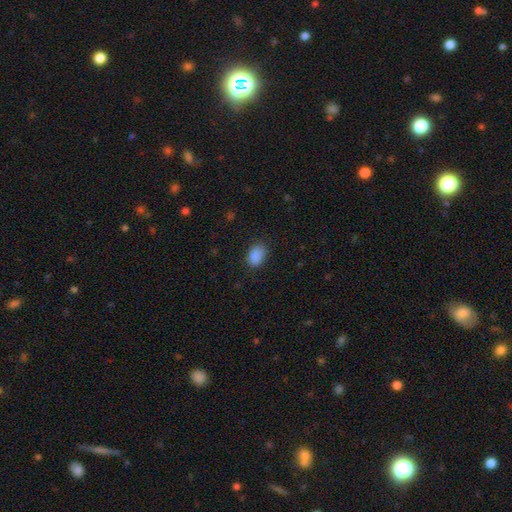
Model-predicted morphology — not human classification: type=smooth (88%); roundness=in between (81%); merging=none (81%).